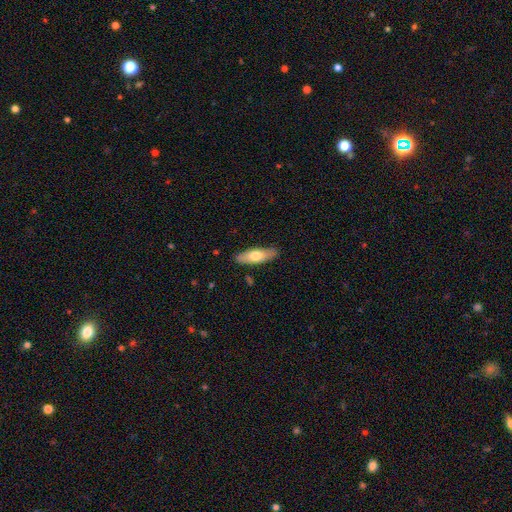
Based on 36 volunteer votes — smooth 61%, featured or disk 36%, star or artifact 3%. Down the decision tree: how rounded — in between (77%); merging — none (91%).